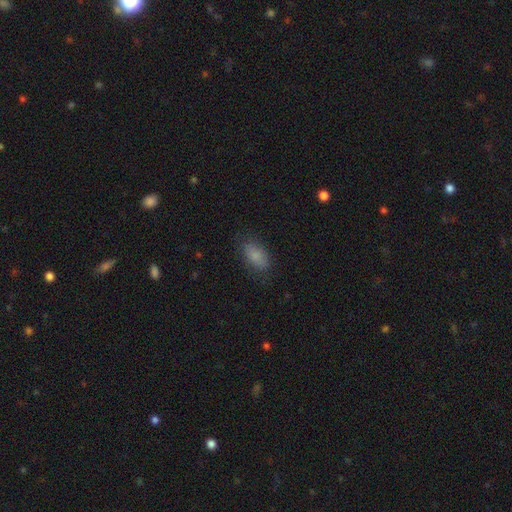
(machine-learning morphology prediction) The model was most divided on "merging": none: 79%, minor disturbance: 15%, major disturbance: 5%, merger: 1%. More confident: how rounded — in between (90%); smooth or featured — smooth (83%).